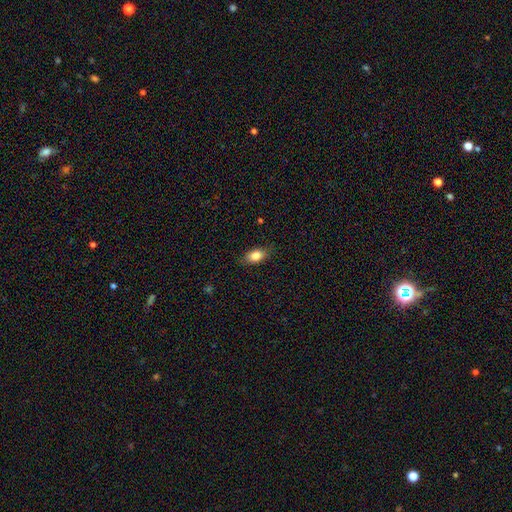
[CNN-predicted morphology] Smooth or featured?
  - smooth: 84% *
  - featured or disk: 9%
  - star or artifact: 8%
How rounded?
  - in between: 87% *
  - round: 9%
  - cigar-shaped: 4%
Merging?
  - none: 83% *
  - minor disturbance: 13%
  - major disturbance: 3%
  - merger: 1%